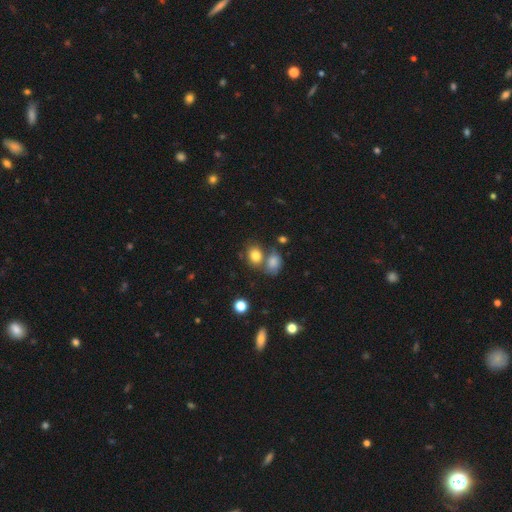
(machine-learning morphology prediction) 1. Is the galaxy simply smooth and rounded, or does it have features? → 80% smooth, 11% star or artifact, 8% featured or disk.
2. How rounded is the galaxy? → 52% round, 47% in between, 1% cigar-shaped.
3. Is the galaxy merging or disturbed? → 53% none, 31% merger, 12% minor disturbance, 4% major disturbance.